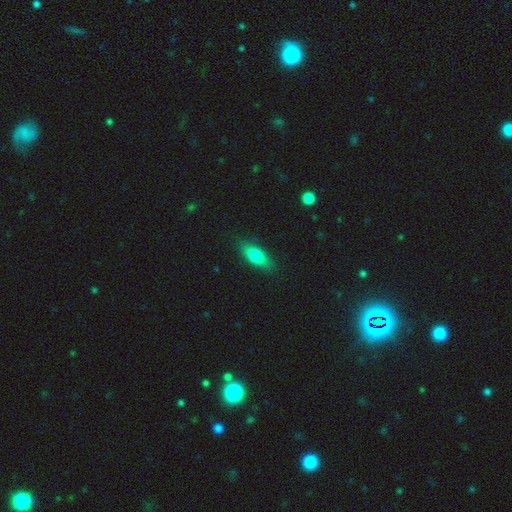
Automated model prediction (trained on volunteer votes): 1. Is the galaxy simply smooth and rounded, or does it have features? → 76% smooth, 17% featured or disk, 7% star or artifact.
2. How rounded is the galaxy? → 73% in between, 24% cigar-shaped, 3% round.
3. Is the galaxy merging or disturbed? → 85% none, 12% minor disturbance, 2% major disturbance, 1% merger.